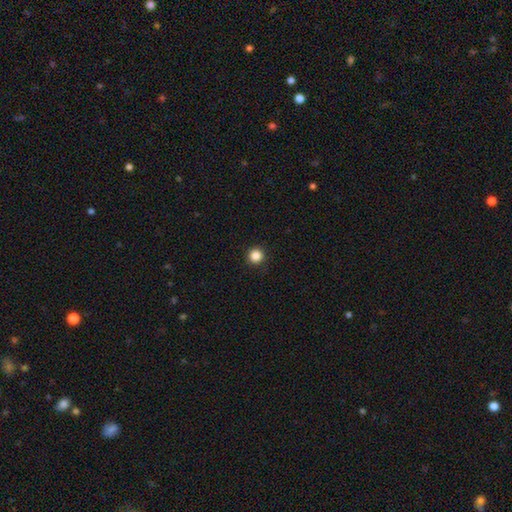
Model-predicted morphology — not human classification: Smooth or featured: smooth — 86% (star or artifact — 11%)
How rounded: round — 96% (in between — 3%)
Merging: none — 93% (minor disturbance — 4%)